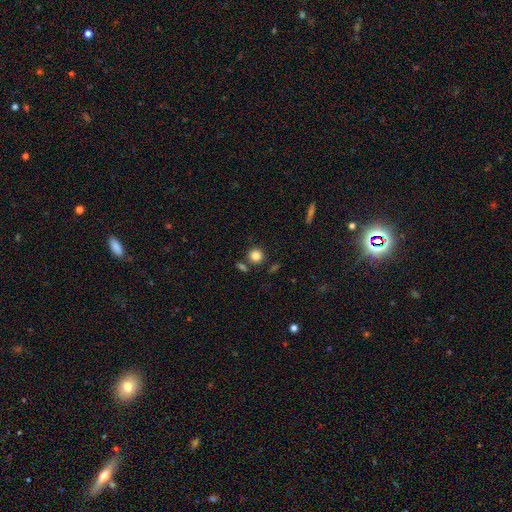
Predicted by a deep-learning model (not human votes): The model was most divided on "merging": none: 79%, merger: 10%, minor disturbance: 8%, major disturbance: 3%. More confident: how rounded — round (90%); smooth or featured — smooth (84%).